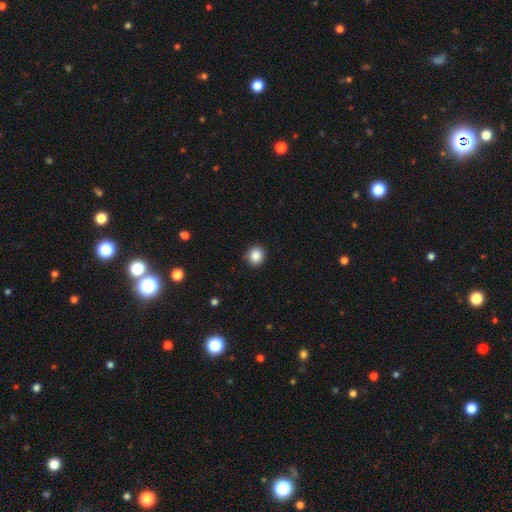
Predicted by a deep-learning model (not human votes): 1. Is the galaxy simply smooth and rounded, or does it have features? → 87% smooth, 9% star or artifact, 3% featured or disk.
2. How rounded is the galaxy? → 83% round, 16% in between, 1% cigar-shaped.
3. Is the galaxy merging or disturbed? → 86% none, 11% minor disturbance, 2% major disturbance, 1% merger.